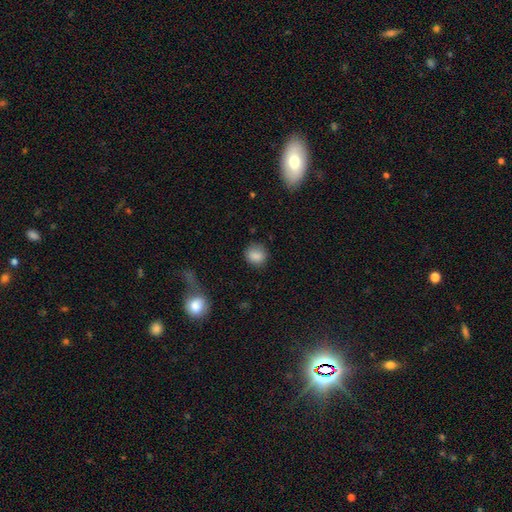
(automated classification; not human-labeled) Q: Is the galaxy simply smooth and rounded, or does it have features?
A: smooth — 85%.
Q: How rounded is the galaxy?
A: round — 70%.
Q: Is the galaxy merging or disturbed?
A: none — 78%.